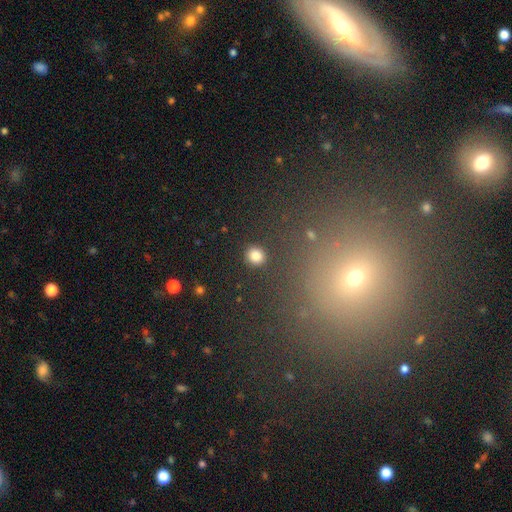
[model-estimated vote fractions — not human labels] Smooth or featured: smooth — 83% (star or artifact — 12%)
How rounded: round — 85% (in between — 14%)
Merging: none — 90% (minor disturbance — 6%)